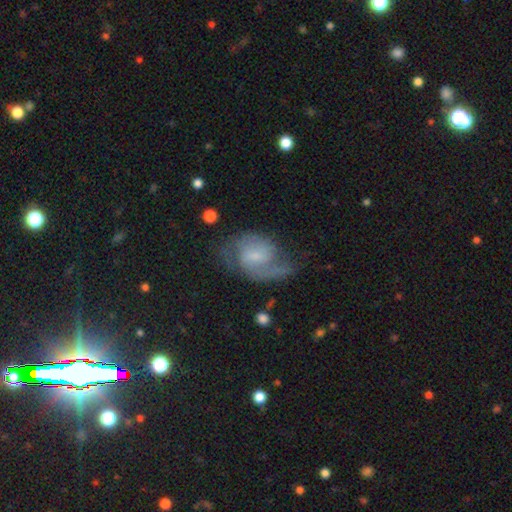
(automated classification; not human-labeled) Smooth or featured?
  - featured or disk: 72% *
  - smooth: 21%
  - star or artifact: 7%
Edge-on disk?
  - no: 97% *
  - yes: 3%
Bar?
  - weak: 51% *
  - no: 39%
  - strong: 11%
Spiral arms?
  - yes: 89% *
  - no: 11%
Spiral winding?
  - medium: 47% *
  - loose: 32%
  - tight: 21%
Spiral arm count?
  - 2: 72% *
  - 1: 12%
  - can't tell: 11%
  - 3: 2%
  - 4: 1%
  - more than 4: 1%
Bulge size?
  - small: 55% *
  - moderate: 22%
  - none: 17%
  - large: 5%
  - dominant: 2%
Merging?
  - none: 51% *
  - minor disturbance: 24%
  - major disturbance: 23%
  - merger: 3%